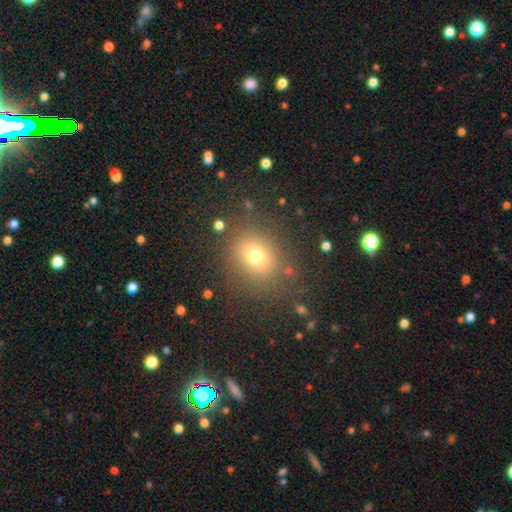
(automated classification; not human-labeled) A smooth galaxy with no disk features (71%) that is round (63%). Merging: none (80%).